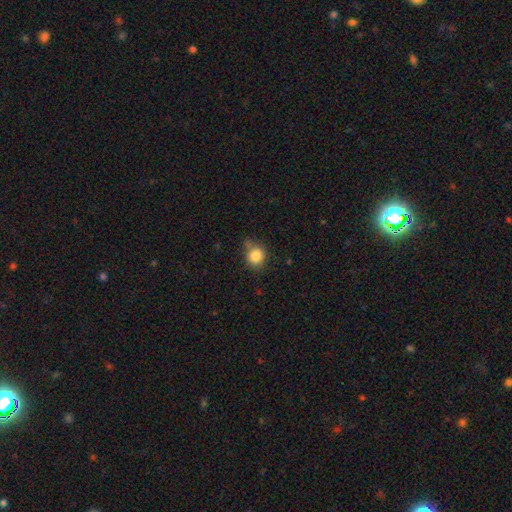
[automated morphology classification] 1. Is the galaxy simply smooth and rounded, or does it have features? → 84% smooth, 10% star or artifact, 5% featured or disk.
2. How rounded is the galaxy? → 81% round, 18% in between, 1% cigar-shaped.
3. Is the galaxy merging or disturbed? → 64% none, 24% minor disturbance, 6% merger, 6% major disturbance.